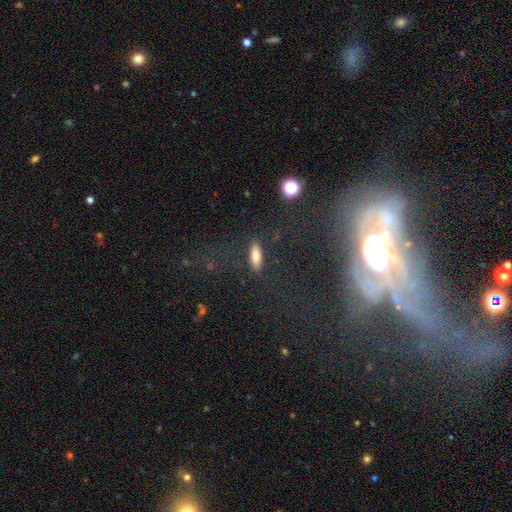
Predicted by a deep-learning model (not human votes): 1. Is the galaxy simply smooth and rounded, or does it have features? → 75% smooth, 15% featured or disk, 10% star or artifact.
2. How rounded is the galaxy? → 58% in between, 38% cigar-shaped, 4% round.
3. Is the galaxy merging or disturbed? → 86% none, 9% minor disturbance, 3% major disturbance, 2% merger.